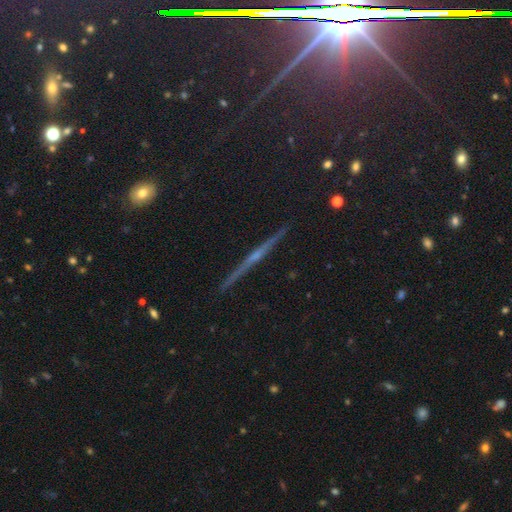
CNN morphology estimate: Smooth or featured? featured or disk (71%)
Edge-on disk? yes (96%)
Edge-on bulge? rounded (69%)
Merging? none (88%)